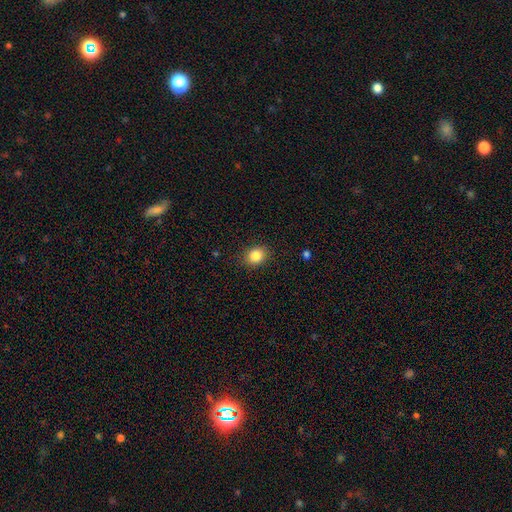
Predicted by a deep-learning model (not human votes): Q: Smooth or featured?
A: smooth (85%); runner-up: star or artifact (10%)
Q: How rounded?
A: round (57%); runner-up: in between (42%)
Q: Merging?
A: none (87%); runner-up: minor disturbance (9%)